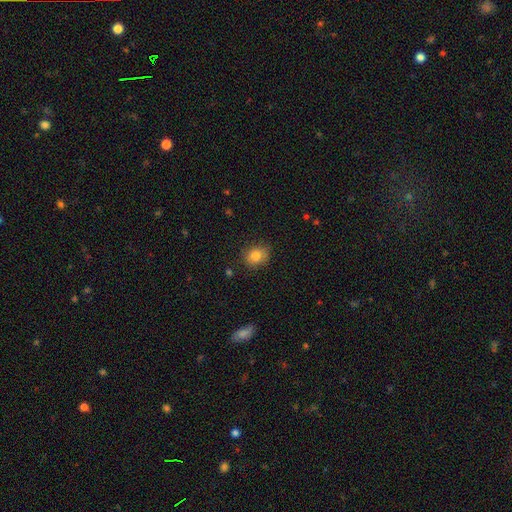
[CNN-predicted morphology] smooth 82%, star or artifact 10%, featured or disk 8%. Down the decision tree: how rounded — round (64%); merging — none (79%).